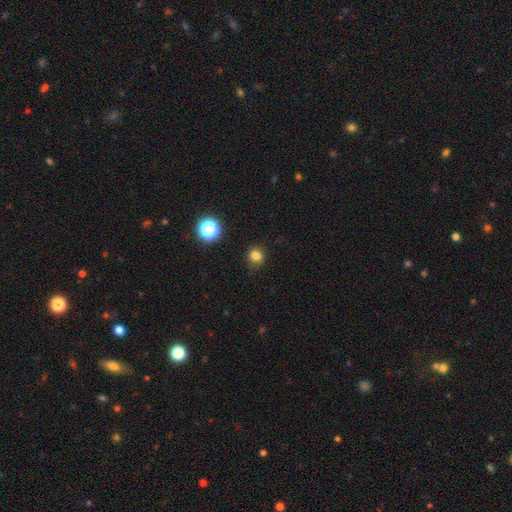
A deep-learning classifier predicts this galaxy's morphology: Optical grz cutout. It shows a smooth galaxy with no disk features (80%) that is round (87%). Merging: none (83%).